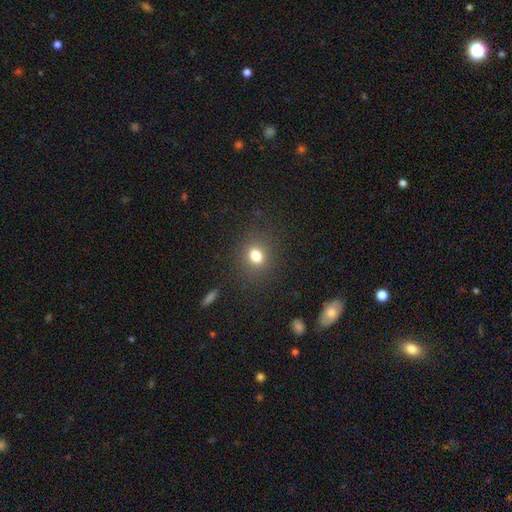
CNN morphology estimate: This appears to be a smooth galaxy with no disk features (78%) that is round (59%). Merging: none (86%).